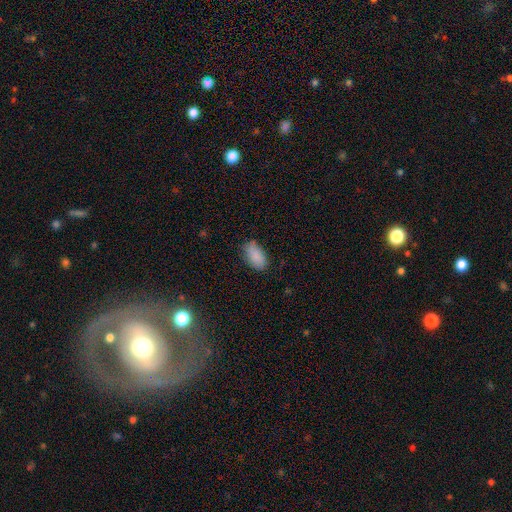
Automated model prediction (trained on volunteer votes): A smooth galaxy with no disk features (87%) that is in between round and cigar-shaped (93%). Merging: none (76%).